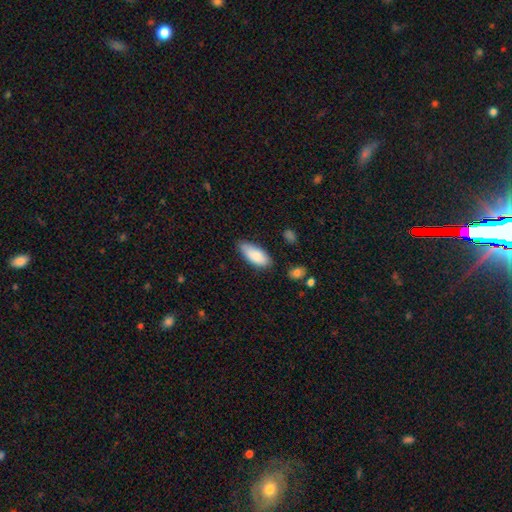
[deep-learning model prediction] smooth_or_featured: smooth (p=0.86) [alt: featured or disk p=0.08]
how_rounded: in between (p=0.87) [alt: cigar-shaped p=0.12]
merging: none (p=0.74) [alt: minor disturbance p=0.20]